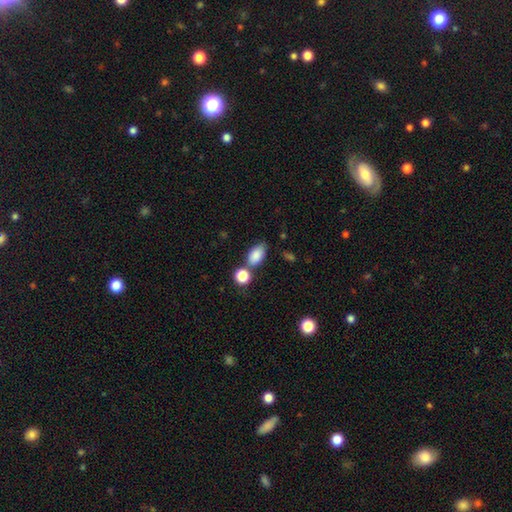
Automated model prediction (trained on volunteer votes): Q: Smooth or featured?
A: smooth (85%); runner-up: star or artifact (8%)
Q: How rounded?
A: in between (88%); runner-up: round (9%)
Q: Merging?
A: none (60%); runner-up: merger (19%)